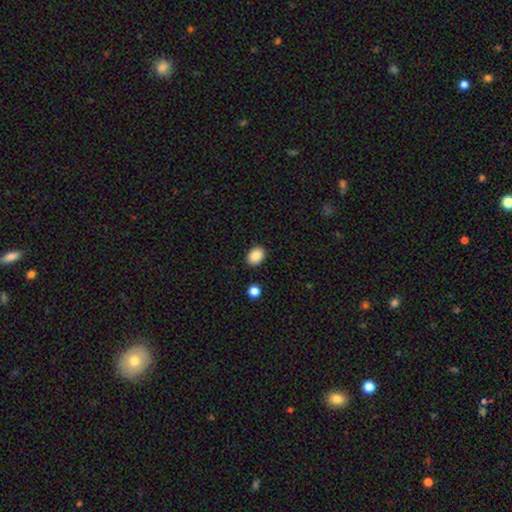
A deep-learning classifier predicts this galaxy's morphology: Smooth or featured? Predicted: smooth (p=0.89). How rounded? Predicted: in between (p=0.66). Merging? Predicted: none (p=0.89).